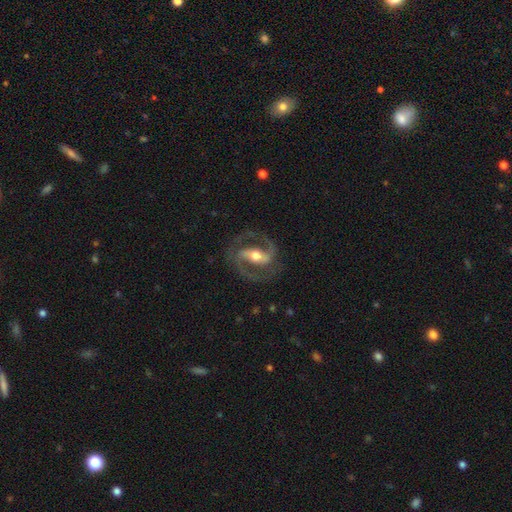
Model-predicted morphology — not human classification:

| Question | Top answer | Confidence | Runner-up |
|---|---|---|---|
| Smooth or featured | featured or disk | 89% | smooth (6%) |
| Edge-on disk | no | 96% | yes (4%) |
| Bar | strong | 62% | weak (26%) |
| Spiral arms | yes | 95% | no (5%) |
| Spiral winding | medium | 61% | tight (23%) |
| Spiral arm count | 2 | 93% | can't tell (2%) |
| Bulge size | moderate | 67% | small (22%) |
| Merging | none | 80% | minor disturbance (11%) |